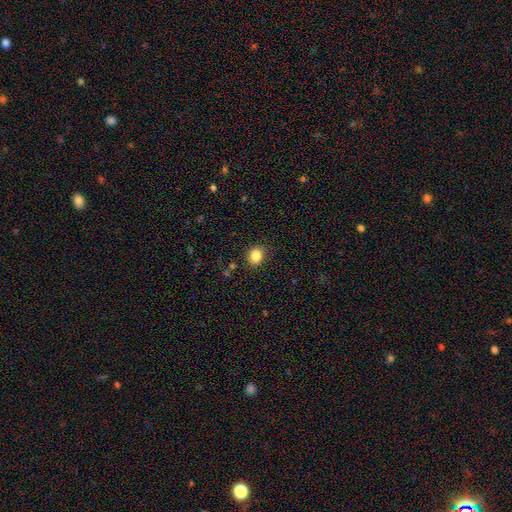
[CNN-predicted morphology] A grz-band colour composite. It shows a smooth galaxy with no disk features (85%) that is round (56%). Merging: none (86%).